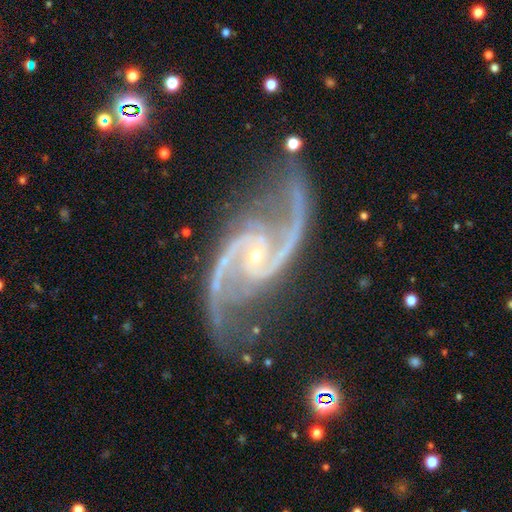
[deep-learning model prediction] Smooth or featured? Predicted: featured or disk (p=0.94). Edge-on disk? Predicted: no (p=0.98). Bar? Predicted: no (p=0.52). Spiral arms? Predicted: yes (p=0.99). Spiral winding? Predicted: medium (p=0.58). Spiral arm count? Predicted: 2 (p=0.92). Bulge size? Predicted: small (p=0.84). Merging? Predicted: none (p=0.73).